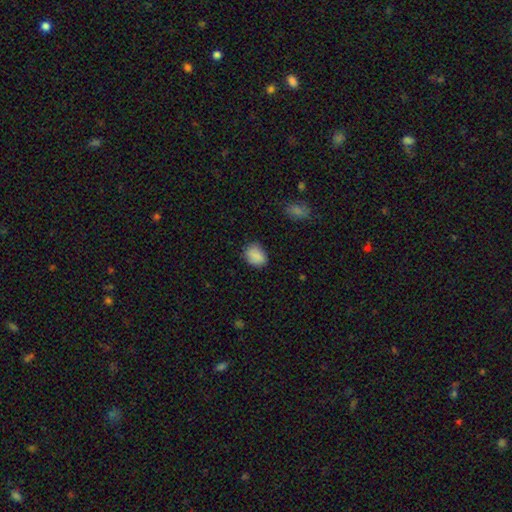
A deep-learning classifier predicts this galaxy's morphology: Q: Smooth or featured?
A: smooth (87%); runner-up: star or artifact (8%)
Q: How rounded?
A: in between (66%); runner-up: round (33%)
Q: Merging?
A: none (78%); runner-up: minor disturbance (17%)